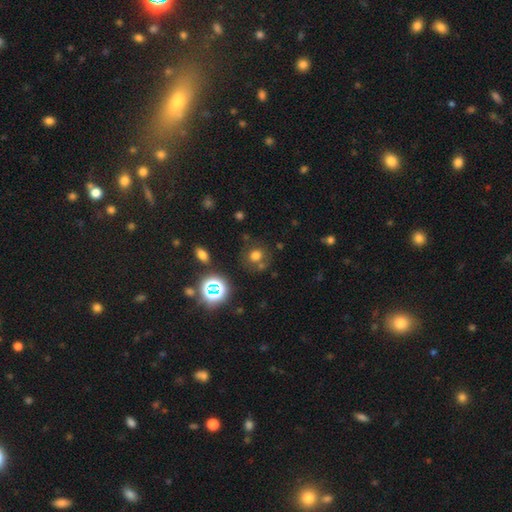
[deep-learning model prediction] Overall: smooth (66%). How rounded: round (81%). Merging: none (71%).